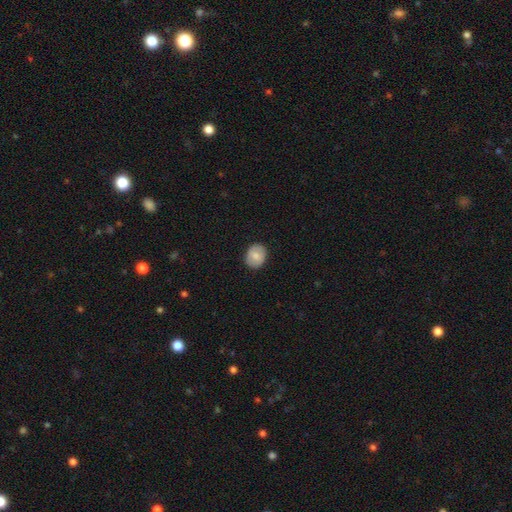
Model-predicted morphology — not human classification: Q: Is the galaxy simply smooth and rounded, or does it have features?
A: smooth — 71%.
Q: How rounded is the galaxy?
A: round — 57%.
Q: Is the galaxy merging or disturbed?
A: none — 87%.